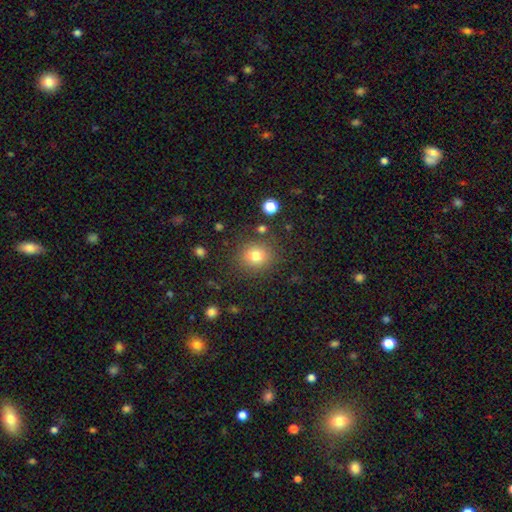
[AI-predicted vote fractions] A smooth galaxy with no disk features (79%) that is round (81%).

Vote fractions:
- Smooth or featured? smooth: 79% / star or artifact: 13% / featured or disk: 8%
- How rounded? round: 81% / in between: 18% / cigar-shaped: 1%
- Merging? none: 83% / minor disturbance: 10% / major disturbance: 4% / merger: 3%